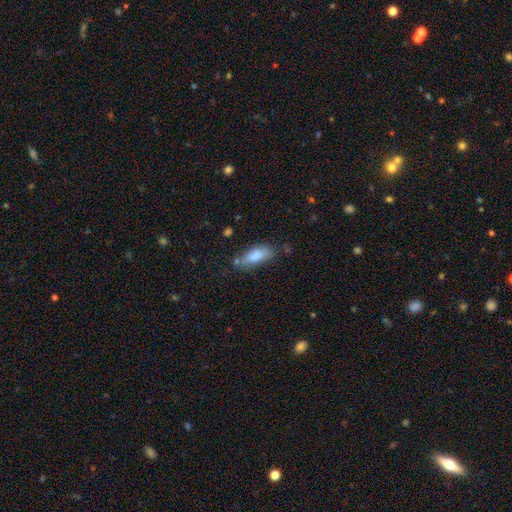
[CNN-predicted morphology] type=smooth (82%); roundness=in between (77%); merging=none (62%).